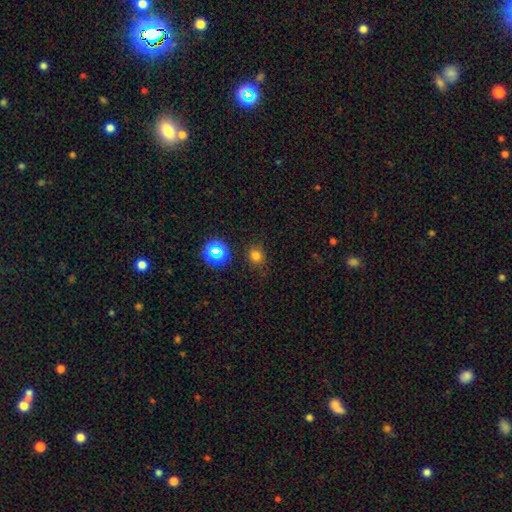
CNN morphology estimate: The model was most divided on "how rounded": round: 72%, in between: 27%, cigar-shaped: 1%. More confident: merging — none (80%); smooth or featured — smooth (73%).